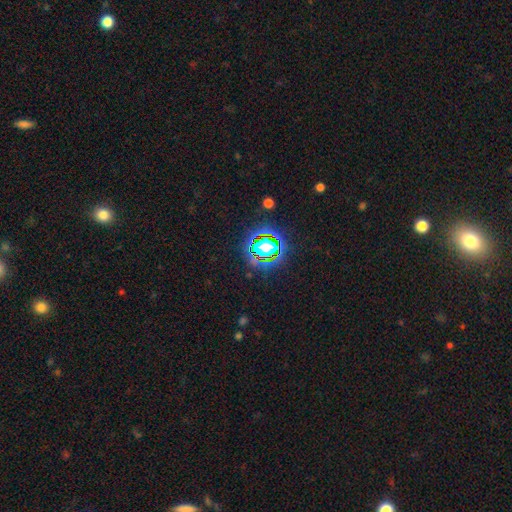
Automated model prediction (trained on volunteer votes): Smooth or featured: star or artifact — 71% (smooth — 19%)